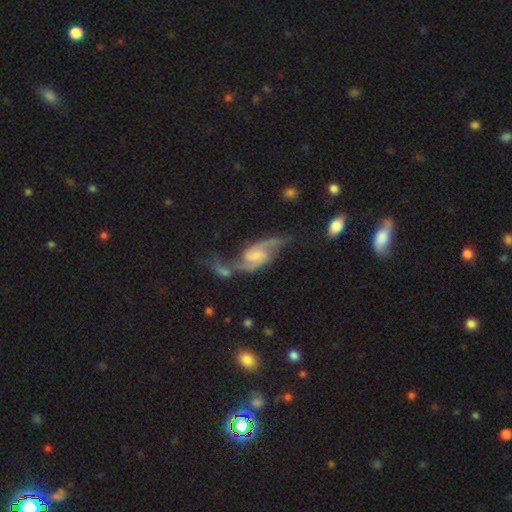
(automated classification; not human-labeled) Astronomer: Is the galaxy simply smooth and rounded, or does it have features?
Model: featured or disk — 88%.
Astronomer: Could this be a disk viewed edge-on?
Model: no — 96%.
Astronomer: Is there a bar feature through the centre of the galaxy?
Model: weak — 48% (runner-up: no, 39%).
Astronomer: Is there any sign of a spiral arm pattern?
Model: yes — 97%.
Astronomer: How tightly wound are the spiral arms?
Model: loose — 49% (runner-up: medium, 39%).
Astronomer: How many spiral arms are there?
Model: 2 — 92%.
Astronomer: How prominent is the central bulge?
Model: small — 47% (runner-up: moderate, 28%).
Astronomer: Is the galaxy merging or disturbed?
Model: none — 44% (runner-up: merger, 21%).